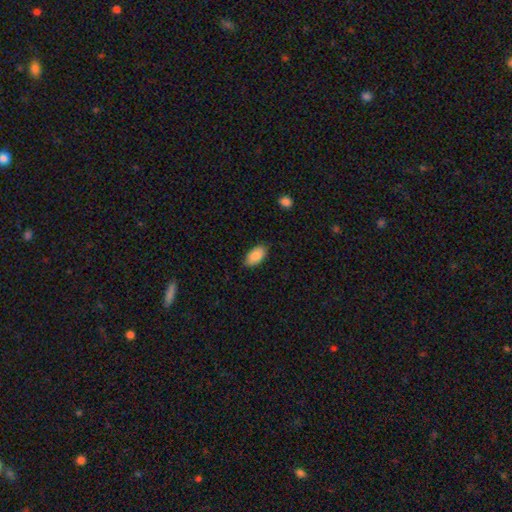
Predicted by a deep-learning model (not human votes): Q: Smooth or featured?
A: smooth (89%); runner-up: star or artifact (6%)
Q: How rounded?
A: in between (94%); runner-up: round (3%)
Q: Merging?
A: none (83%); runner-up: minor disturbance (14%)